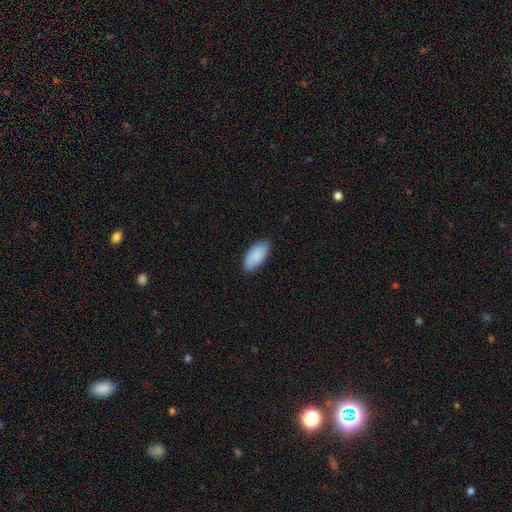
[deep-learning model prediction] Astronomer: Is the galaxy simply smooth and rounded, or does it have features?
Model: smooth — 89%.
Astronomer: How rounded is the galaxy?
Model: in between — 93%.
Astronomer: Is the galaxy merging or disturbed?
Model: none — 83%.